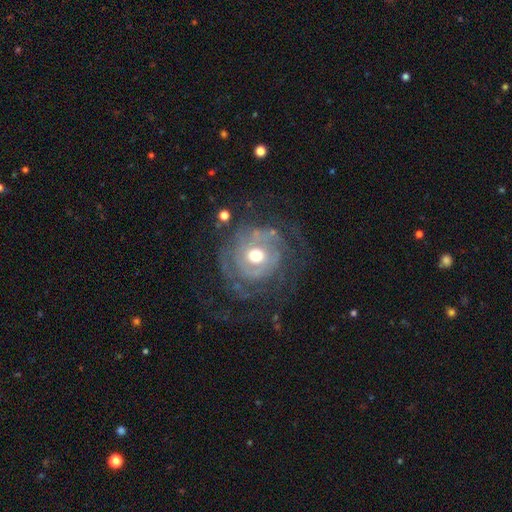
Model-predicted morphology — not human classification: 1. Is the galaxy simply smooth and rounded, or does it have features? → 76% featured or disk, 17% smooth, 7% star or artifact.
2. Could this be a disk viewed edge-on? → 97% no, 3% yes.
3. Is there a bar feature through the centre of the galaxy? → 80% no, 16% weak, 4% strong.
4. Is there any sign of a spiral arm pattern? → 75% yes, 25% no.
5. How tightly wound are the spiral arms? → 60% tight, 27% medium, 13% loose.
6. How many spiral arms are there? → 46% can't tell, 21% 2, 12% 3, 8% 1, 7% 4, 6% more than 4.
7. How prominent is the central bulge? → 69% moderate, 18% large, 10% small, 2% dominant, 1% none.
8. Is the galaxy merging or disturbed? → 61% none, 19% major disturbance, 18% minor disturbance, 2% merger.